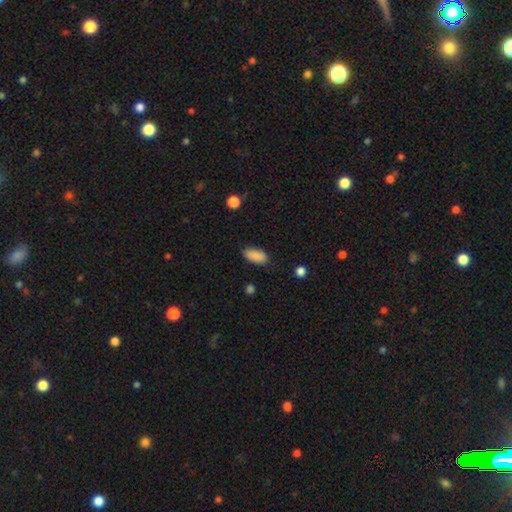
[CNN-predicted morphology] Smooth or featured? Predicted: smooth (p=0.89). How rounded? Predicted: in between (p=0.89). Merging? Predicted: none (p=0.85).